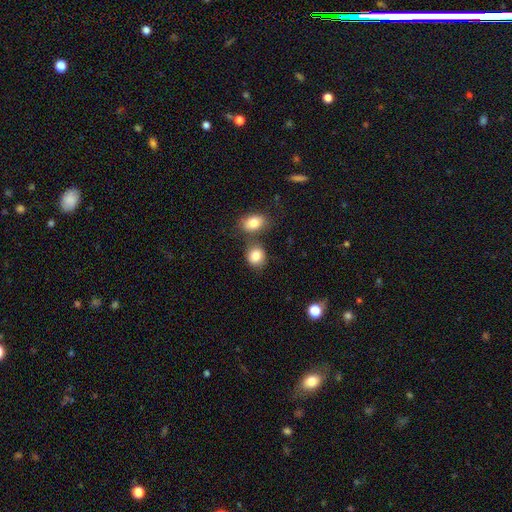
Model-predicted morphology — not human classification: Q: Smooth or featured?
A: smooth (84%); runner-up: star or artifact (9%)
Q: How rounded?
A: round (64%); runner-up: in between (35%)
Q: Merging?
A: none (62%); runner-up: merger (21%)